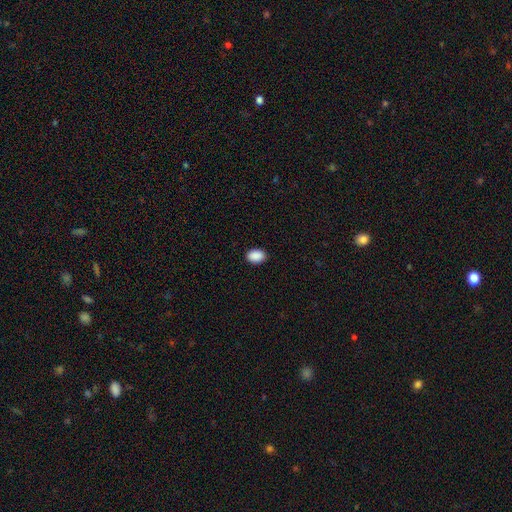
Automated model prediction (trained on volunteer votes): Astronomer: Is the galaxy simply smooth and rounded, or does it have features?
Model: smooth — 90%.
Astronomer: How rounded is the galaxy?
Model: in between — 79%.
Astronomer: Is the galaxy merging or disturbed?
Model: none — 89%.